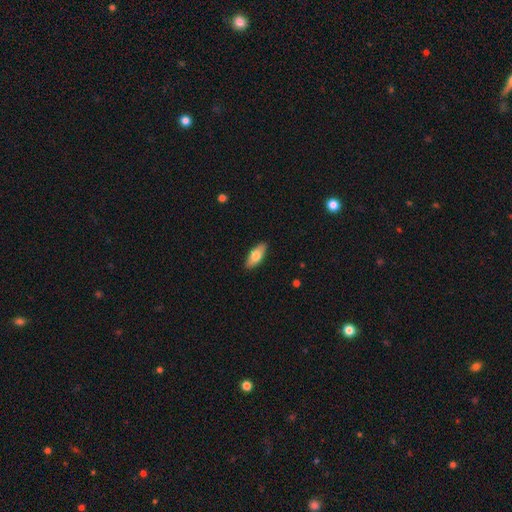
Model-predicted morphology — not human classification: Smooth or featured: smooth — 72% (featured or disk — 22%)
How rounded: in between — 81% (cigar-shaped — 17%)
Merging: none — 89% (minor disturbance — 9%)